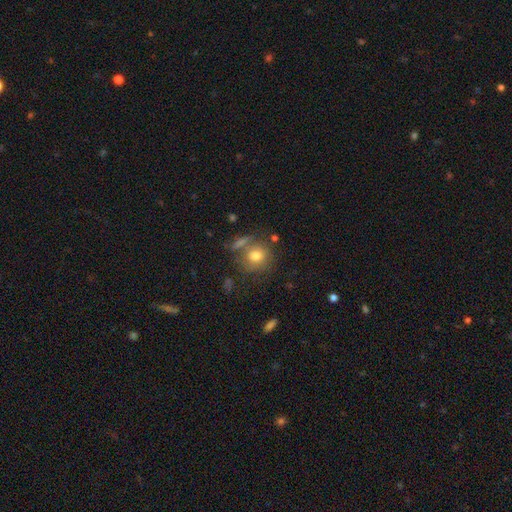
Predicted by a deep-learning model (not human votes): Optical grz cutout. It shows a smooth galaxy with no disk features (75%) that is round (84%). Merging: none (64%).